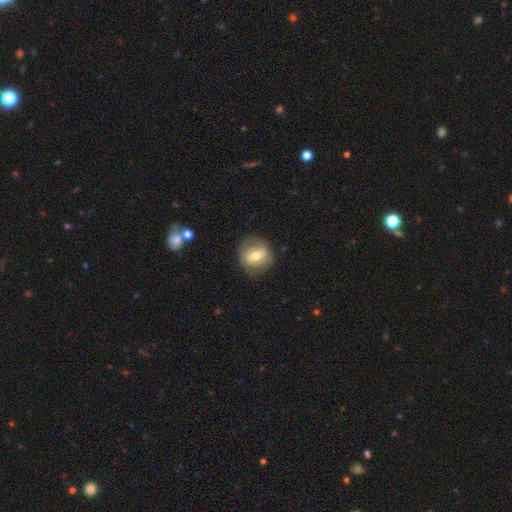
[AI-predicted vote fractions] smooth 48%, featured or disk 44%, star or artifact 8%. Down the decision tree: merging — none (79%).